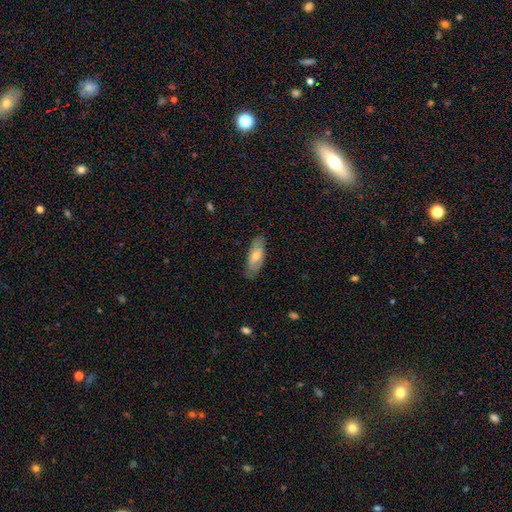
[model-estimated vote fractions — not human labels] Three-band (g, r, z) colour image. It shows a smooth galaxy with no disk features (52%) that is in between round and cigar-shaped (72%). Merging: none (82%).